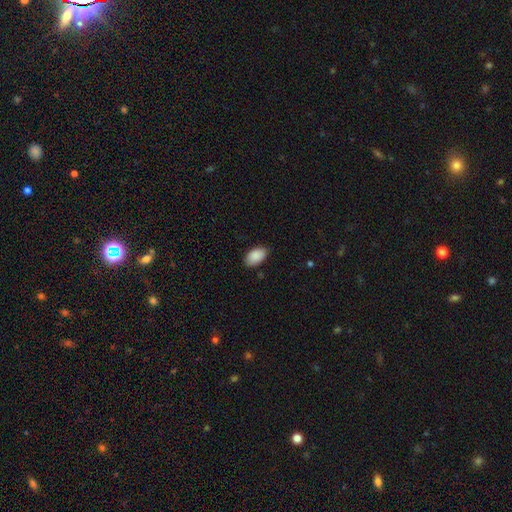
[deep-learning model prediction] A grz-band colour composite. It shows a smooth galaxy with no disk features (90%) that is in between round and cigar-shaped (94%). Merging: none (83%).